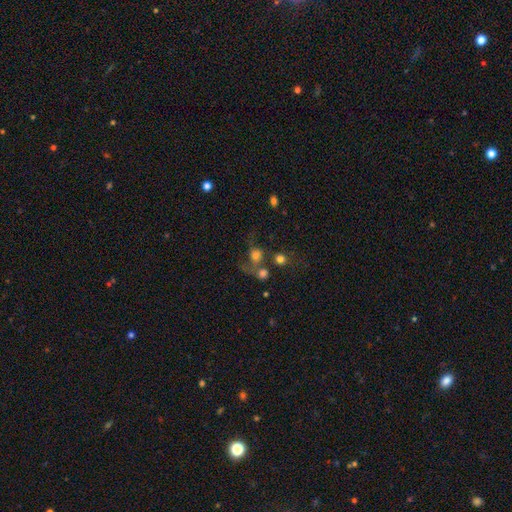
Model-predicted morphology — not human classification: A smooth galaxy with no disk features (56%) that is round (76%).

Vote fractions:
- Smooth or featured? smooth: 56% / featured or disk: 24% / star or artifact: 20%
- How rounded? round: 76% / in between: 22% / cigar-shaped: 2%
- Merging? none: 36% / merger: 31% / major disturbance: 21% / minor disturbance: 13%